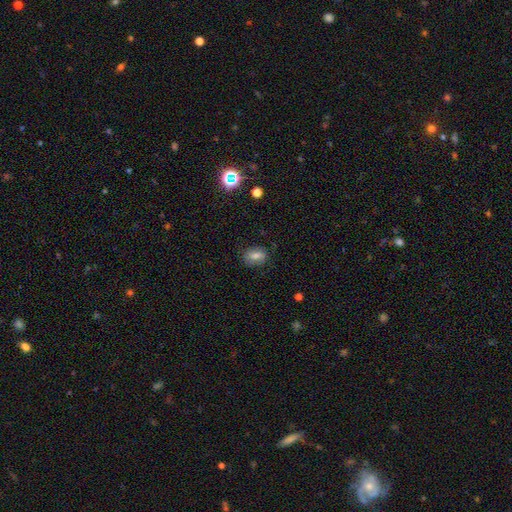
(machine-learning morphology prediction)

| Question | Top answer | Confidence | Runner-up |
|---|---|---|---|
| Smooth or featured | smooth | 70% | featured or disk (18%) |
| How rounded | in between | 67% | round (30%) |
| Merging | none | 81% | minor disturbance (14%) |